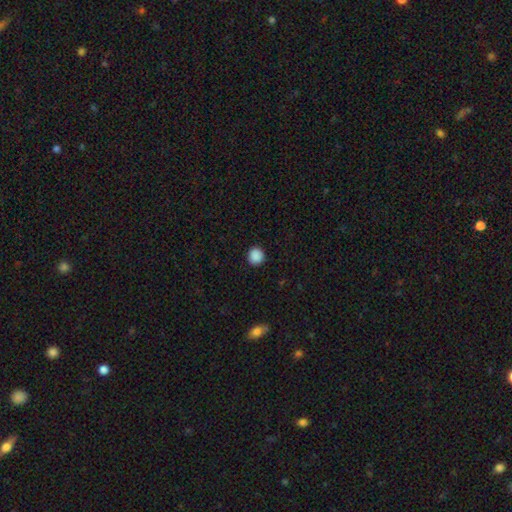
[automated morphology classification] A smooth galaxy with no disk features (89%) that is round (92%). Merging: none (92%).